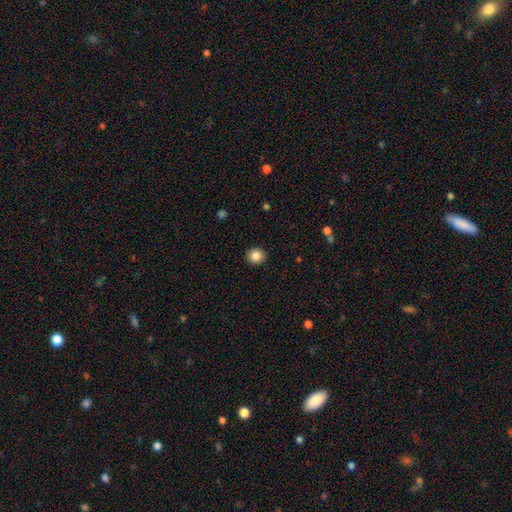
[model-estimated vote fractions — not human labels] The model was most divided on "smooth or featured": smooth: 86%, star or artifact: 10%, featured or disk: 5%. More confident: merging — none (92%); how rounded — round (89%).